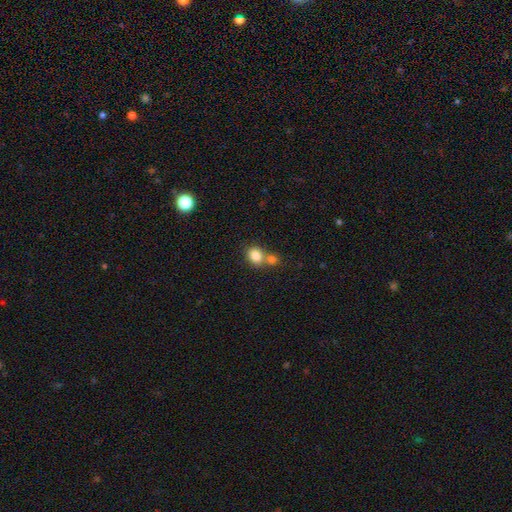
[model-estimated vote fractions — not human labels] Morphology: type=smooth (83%); roundness=round (64%); merging=none (45%).